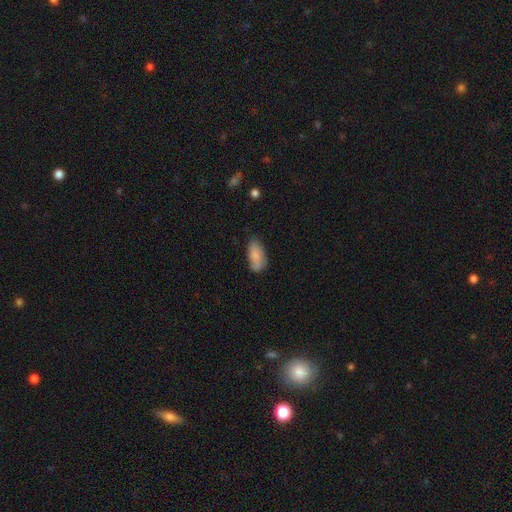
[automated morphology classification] Smooth or featured? Predicted: smooth (p=0.80). How rounded? Predicted: in between (p=0.87). Merging? Predicted: none (p=0.64).